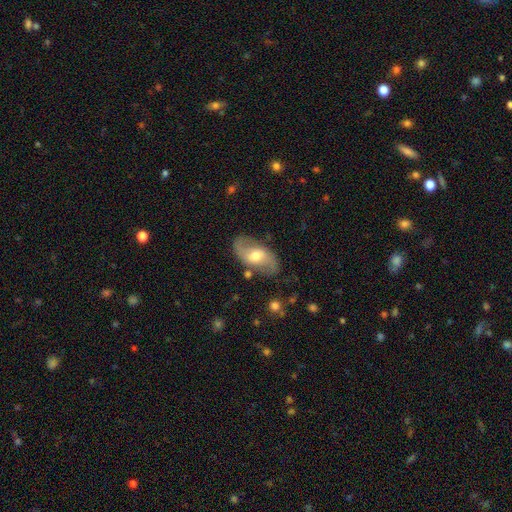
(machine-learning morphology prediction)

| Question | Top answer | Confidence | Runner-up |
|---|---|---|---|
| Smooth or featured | featured or disk | 69% | smooth (25%) |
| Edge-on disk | no | 93% | yes (7%) |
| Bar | no | 48% | weak (39%) |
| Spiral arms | yes | 84% | no (16%) |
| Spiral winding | loose | 56% | medium (32%) |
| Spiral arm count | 2 | 88% | can't tell (6%) |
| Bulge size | moderate | 68% | small (23%) |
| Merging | none | 78% | minor disturbance (15%) |